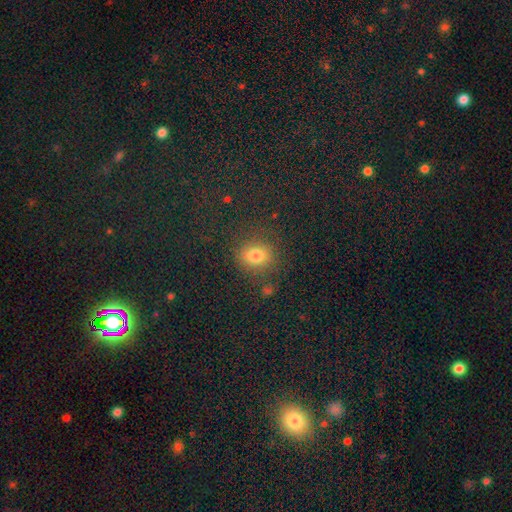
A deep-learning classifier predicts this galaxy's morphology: A smooth galaxy with no disk features (75%) that is round (63%). Merging: none (79%).